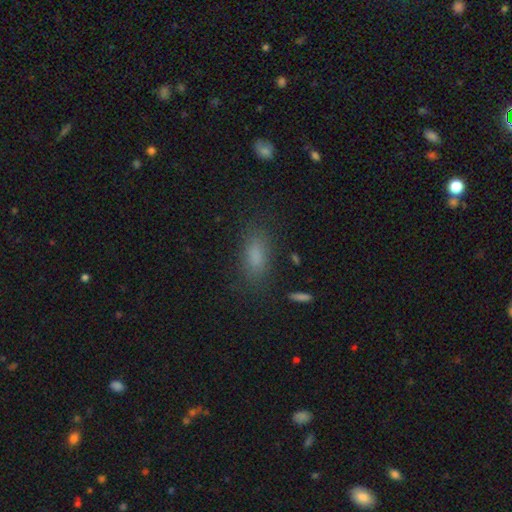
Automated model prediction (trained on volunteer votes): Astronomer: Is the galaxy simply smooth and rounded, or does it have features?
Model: smooth — 80%.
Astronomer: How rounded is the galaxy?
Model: in between — 79%.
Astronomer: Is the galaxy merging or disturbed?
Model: none — 78%.